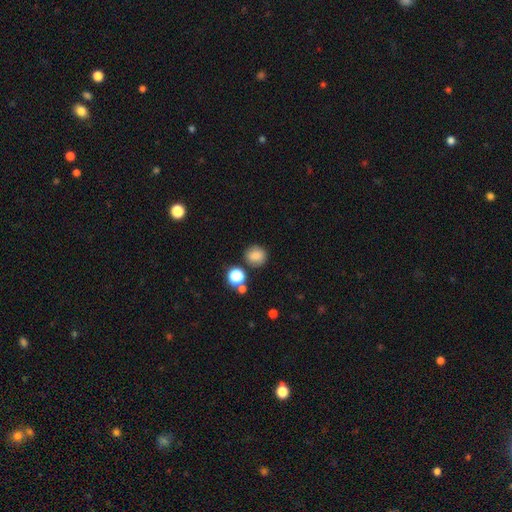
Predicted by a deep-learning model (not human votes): Morphology: type=smooth (82%); roundness=round (84%); merging=none (79%).